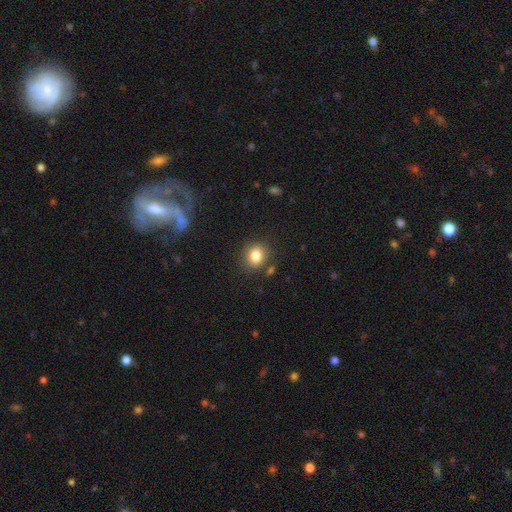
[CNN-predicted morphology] Q: Smooth or featured?
A: smooth (83%); runner-up: star or artifact (11%)
Q: How rounded?
A: round (69%); runner-up: in between (31%)
Q: Merging?
A: none (82%); runner-up: minor disturbance (10%)